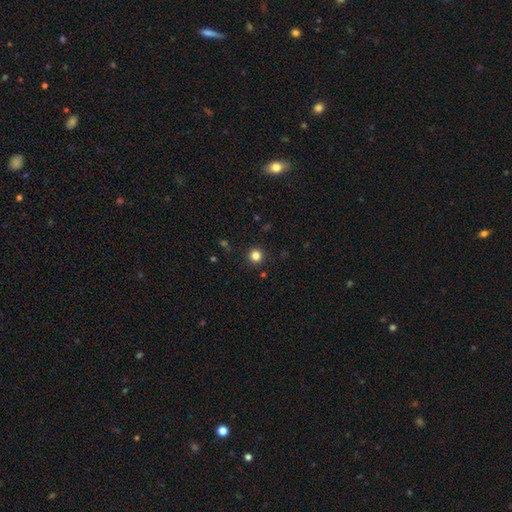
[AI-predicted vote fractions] A smooth galaxy with no disk features (82%) that is round (95%).

Vote fractions:
- Smooth or featured? smooth: 82% / star or artifact: 13% / featured or disk: 5%
- How rounded? round: 95% / in between: 4% / cigar-shaped: 1%
- Merging? none: 92% / minor disturbance: 5% / major disturbance: 2% / merger: 1%